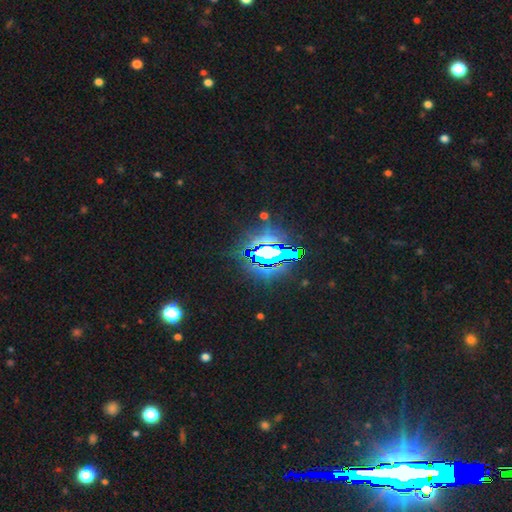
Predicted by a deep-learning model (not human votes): The model was most divided on "smooth or featured": star or artifact: 81%, featured or disk: 10%, smooth: 9%.